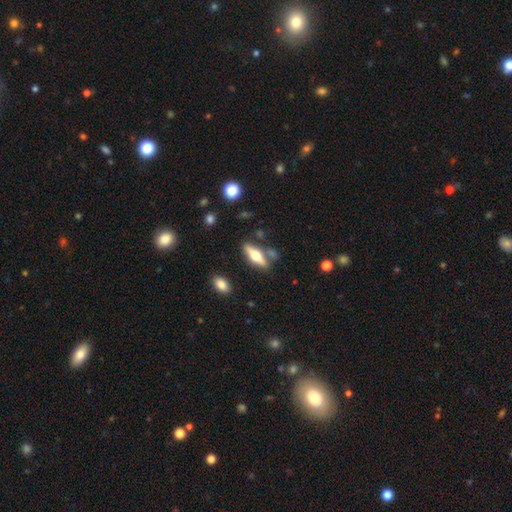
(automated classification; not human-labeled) Smooth or featured? featured or disk (53%)
Edge-on disk? yes (91%)
Merging? none (74%)